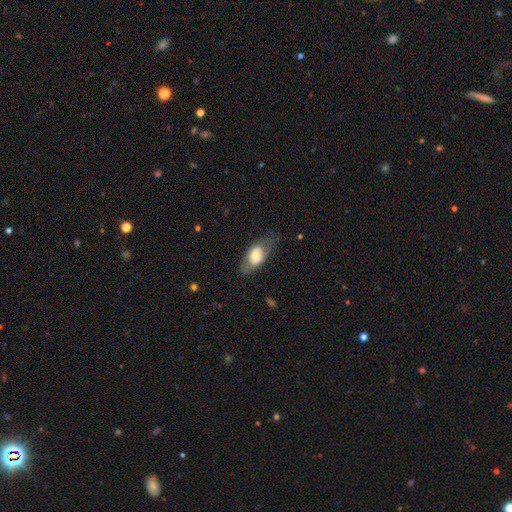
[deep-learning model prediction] Q: Smooth or featured?
A: smooth (56%); runner-up: featured or disk (37%)
Q: How rounded?
A: in between (87%); runner-up: round (7%)
Q: Merging?
A: none (67%); runner-up: minor disturbance (21%)